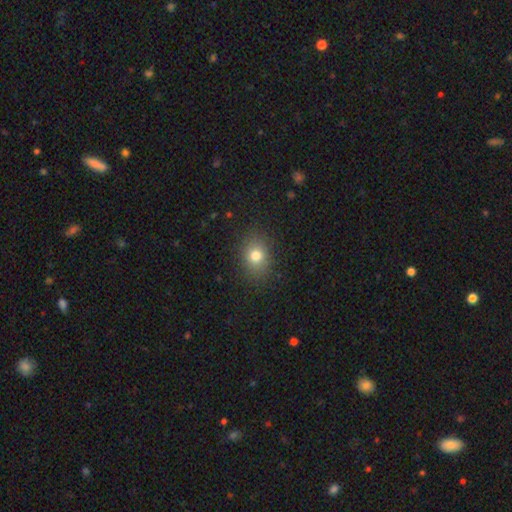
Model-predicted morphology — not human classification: A smooth galaxy with no disk features (78%) that is round (50%).

Vote fractions:
- Smooth or featured? smooth: 78% / star or artifact: 13% / featured or disk: 9%
- How rounded? round: 50% / in between: 49% / cigar-shaped: 1%
- Merging? none: 86% / minor disturbance: 10% / major disturbance: 3% / merger: 1%